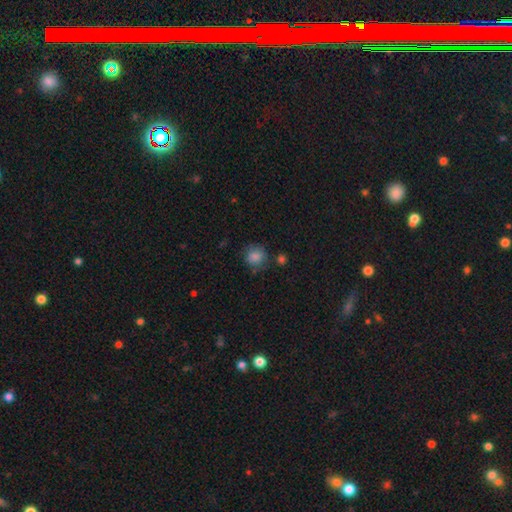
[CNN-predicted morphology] Smooth or featured? smooth (82%)
How rounded? round (84%)
Merging? none (74%)